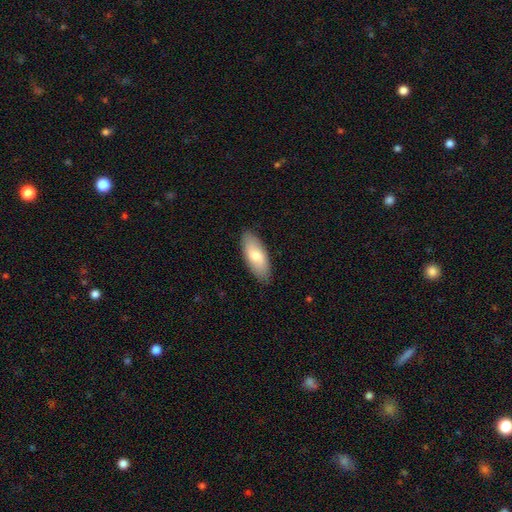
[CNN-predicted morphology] The model was most divided on "smooth or featured": smooth: 74%, featured or disk: 21%, star or artifact: 5%. More confident: merging — none (87%); how rounded — in between (85%).